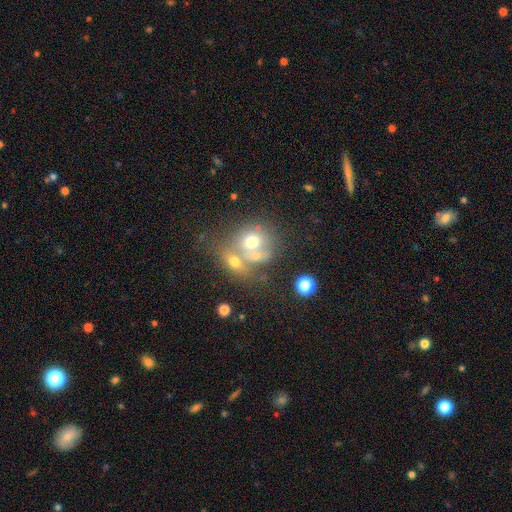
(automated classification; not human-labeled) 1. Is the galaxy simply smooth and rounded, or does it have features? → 61% smooth, 27% featured or disk, 13% star or artifact.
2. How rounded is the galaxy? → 67% round, 32% in between, 1% cigar-shaped.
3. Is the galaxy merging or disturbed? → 53% merger, 29% none, 10% minor disturbance, 8% major disturbance.